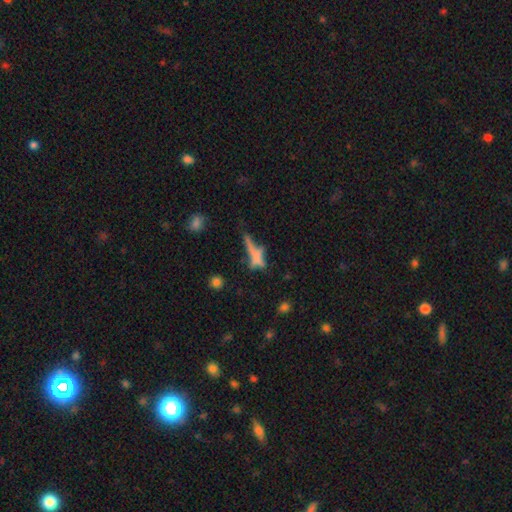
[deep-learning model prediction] Smooth or featured? smooth (49%)
Merging? none (43%)